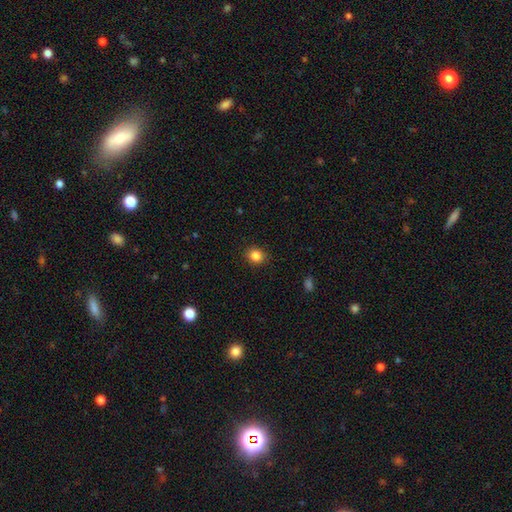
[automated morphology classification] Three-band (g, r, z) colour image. It shows a smooth galaxy with no disk features (85%) that is round (83%). Merging: none (90%).